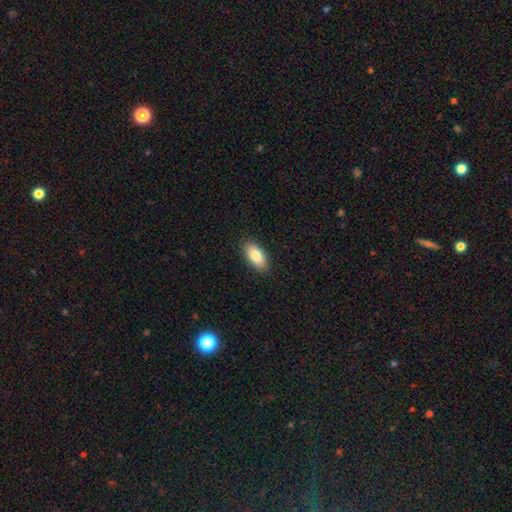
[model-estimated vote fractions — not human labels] Smooth or featured: smooth — 83% (featured or disk — 10%)
How rounded: in between — 92% (cigar-shaped — 6%)
Merging: none — 89% (minor disturbance — 8%)